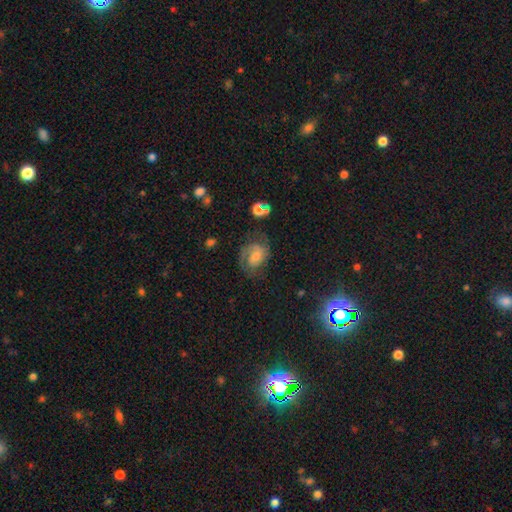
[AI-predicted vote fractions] Morphology: type=featured or disk (69%); edge-on=no (97%); bar=no (45%); spiral arms=yes (94%); winding=medium (48%); arm count=2 (69%); bulge=moderate (40%); merging=none (68%).